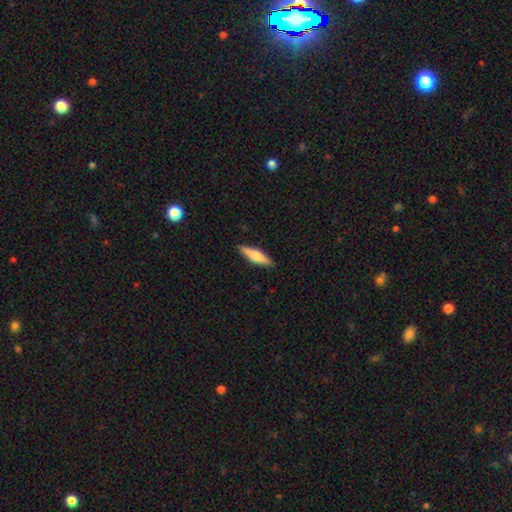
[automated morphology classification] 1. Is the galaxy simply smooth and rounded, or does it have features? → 57% smooth, 38% featured or disk, 6% star or artifact.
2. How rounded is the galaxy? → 71% cigar-shaped, 28% in between, 2% round.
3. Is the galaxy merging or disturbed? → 89% none, 8% minor disturbance, 2% major disturbance, 1% merger.